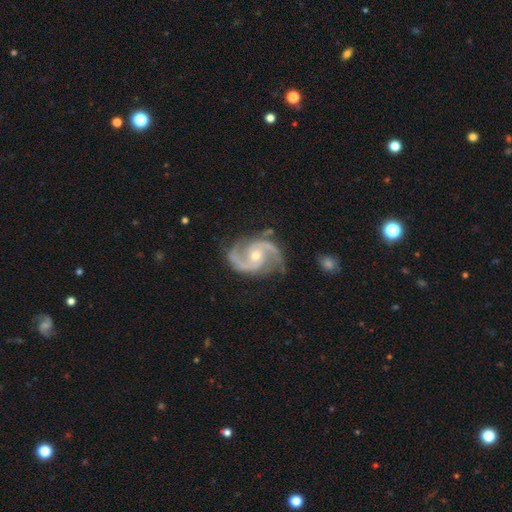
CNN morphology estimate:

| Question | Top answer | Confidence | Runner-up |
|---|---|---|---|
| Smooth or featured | featured or disk | 93% | star or artifact (4%) |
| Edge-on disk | no | 98% | yes (2%) |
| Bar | no | 60% | weak (29%) |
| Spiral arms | yes | 99% | no (1%) |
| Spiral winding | medium | 63% | tight (21%) |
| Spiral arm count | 2 | 92% | 3 (3%) |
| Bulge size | moderate | 49% | small (48%) |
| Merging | none | 78% | minor disturbance (15%) |